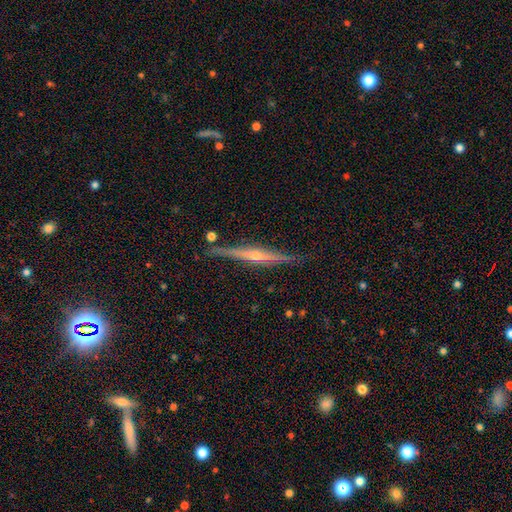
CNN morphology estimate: This appears to be a featured or disk galaxy (83%) viewed edge-on (98%) with a rounded central bulge (86%). Merging: none (87%).